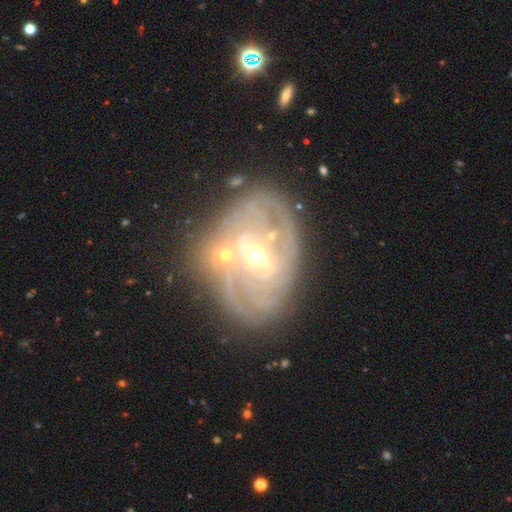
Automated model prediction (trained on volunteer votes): Smooth or featured? Predicted: featured or disk (p=0.85). Edge-on disk? Predicted: no (p=0.96). Bar? Predicted: weak (p=0.44). Spiral arms? Predicted: yes (p=0.93). Spiral winding? Predicted: tight (p=0.64). Spiral arm count? Predicted: can't tell (p=0.29). Bulge size? Predicted: moderate (p=0.48). Merging? Predicted: none (p=0.64).